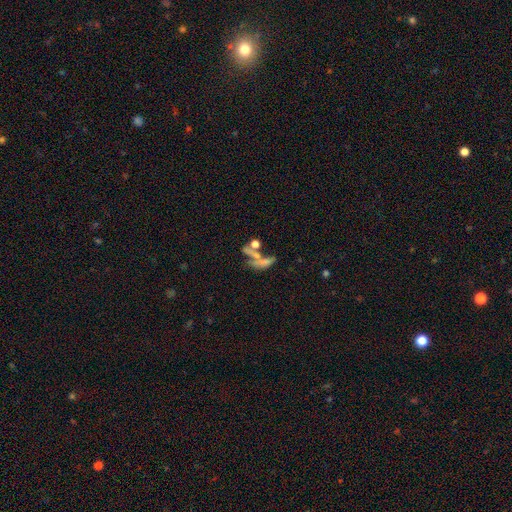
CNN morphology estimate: Smooth or featured? smooth (47%)
Merging? merger (49%)